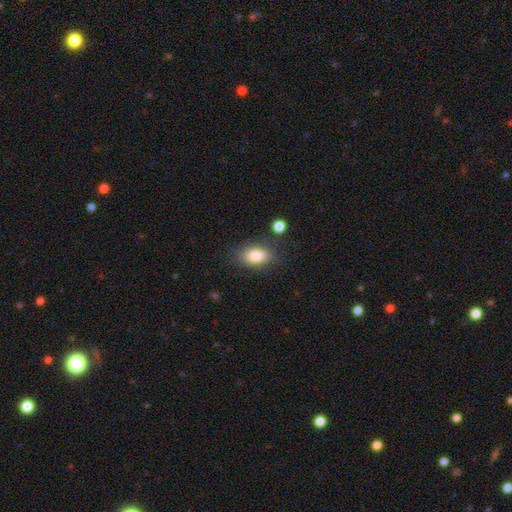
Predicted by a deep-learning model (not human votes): This appears to be a smooth galaxy with no disk features (85%) that is in between round and cigar-shaped (88%). Merging: none (77%).